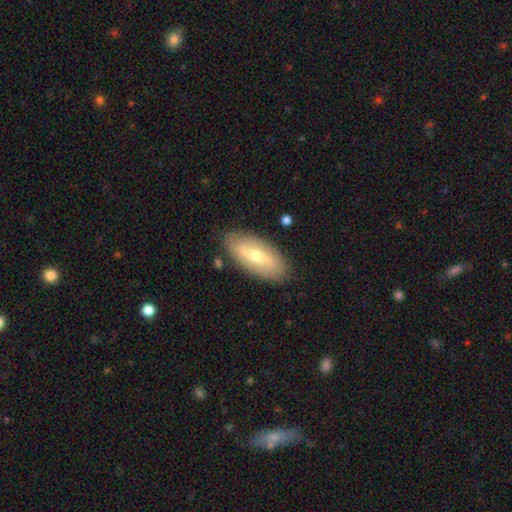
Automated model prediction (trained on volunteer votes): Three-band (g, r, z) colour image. It shows a featured or disk galaxy (47%, tied with smooth). Merging: none (85%).